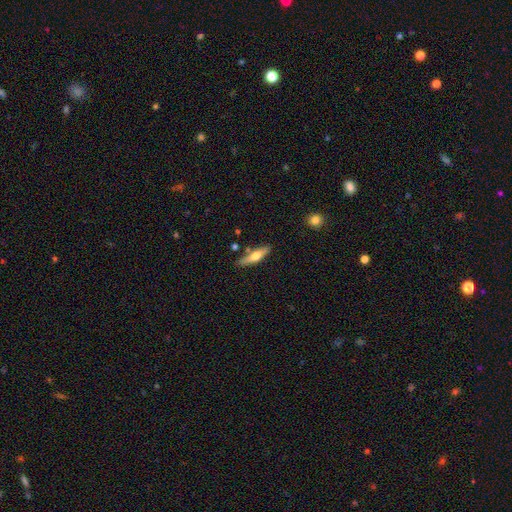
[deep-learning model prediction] A smooth galaxy with no disk features (50%) that is cigar-shaped (73%).

Vote fractions:
- Smooth or featured? smooth: 50% / featured or disk: 44% / star or artifact: 6%
- How rounded? cigar-shaped: 73% / in between: 25% / round: 2%
- Merging? none: 78% / minor disturbance: 13% / merger: 6% / major disturbance: 3%